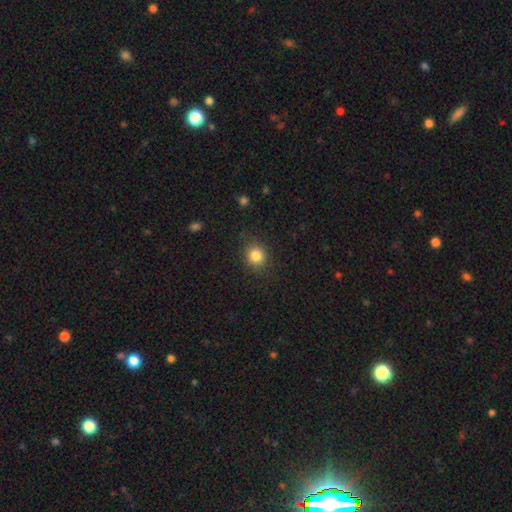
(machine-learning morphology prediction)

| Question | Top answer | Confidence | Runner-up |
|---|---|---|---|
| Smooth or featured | smooth | 83% | star or artifact (11%) |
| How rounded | round | 78% | in between (21%) |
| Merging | none | 86% | minor disturbance (10%) |